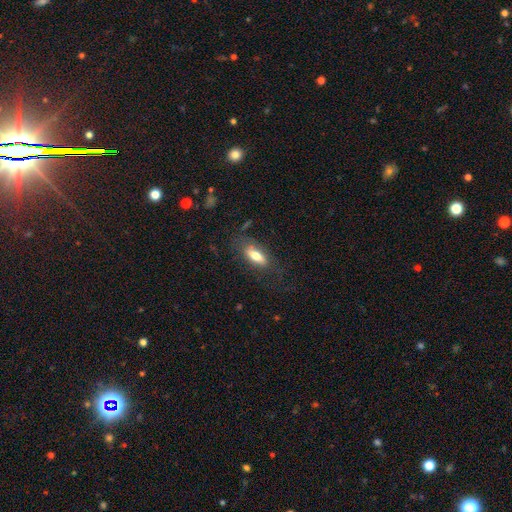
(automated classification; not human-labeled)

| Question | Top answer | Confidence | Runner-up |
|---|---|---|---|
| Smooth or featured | smooth | 71% | featured or disk (22%) |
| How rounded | in between | 73% | cigar-shaped (24%) |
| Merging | none | 68% | minor disturbance (20%) |